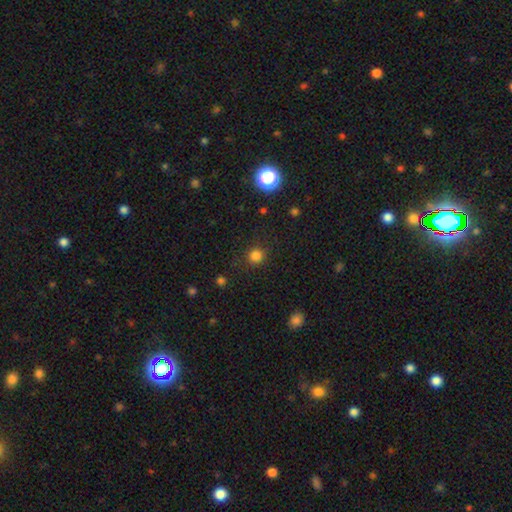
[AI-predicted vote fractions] This appears to be a smooth galaxy with no disk features (81%) that is round (92%). Merging: none (84%).